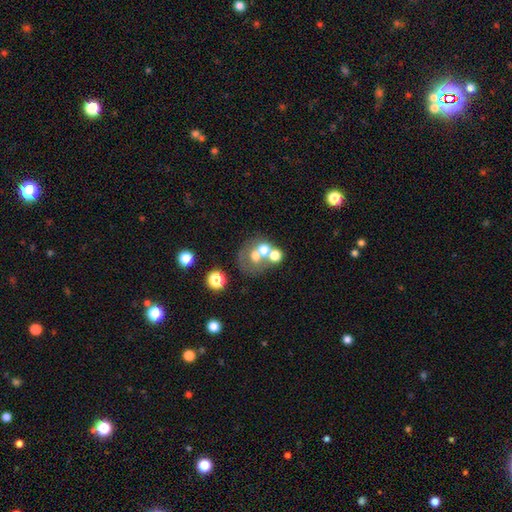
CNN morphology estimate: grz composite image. It shows a smooth galaxy with no disk features (50%) that is round (74%). Merging: merger (42%).